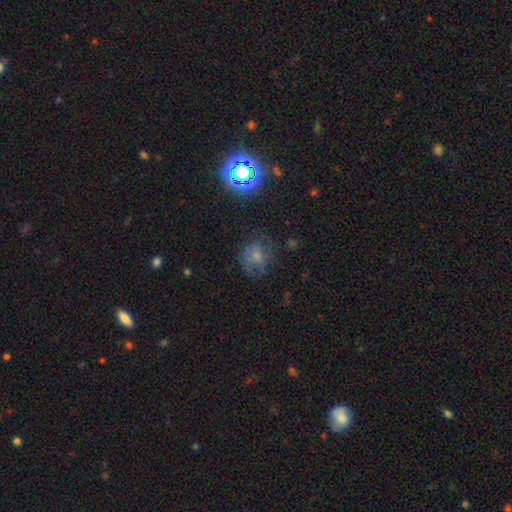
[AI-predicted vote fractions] Morphology: type=smooth (46%); merging=none (57%).